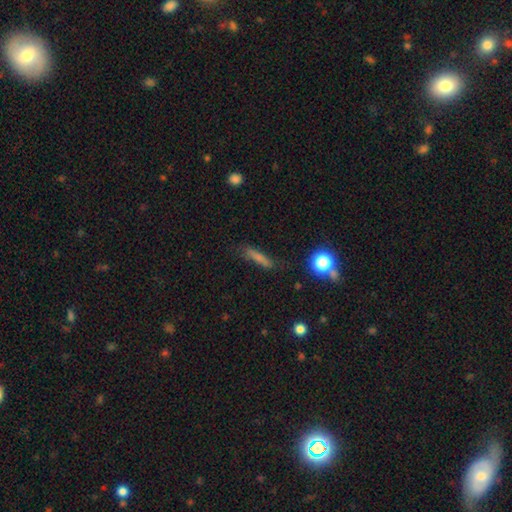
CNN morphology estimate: Smooth or featured? Predicted: smooth (p=0.70). How rounded? Predicted: cigar-shaped (p=0.85). Merging? Predicted: none (p=0.75).